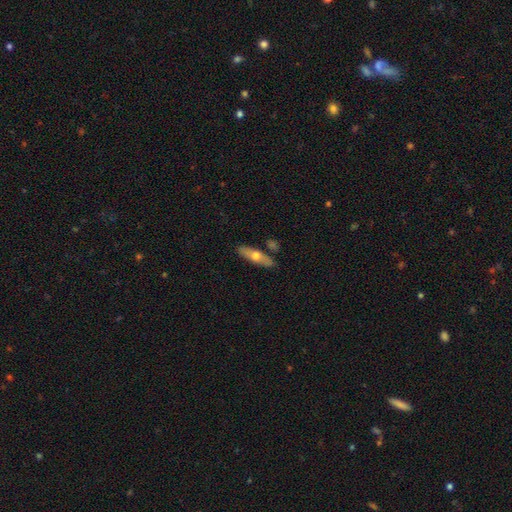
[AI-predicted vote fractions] Q: Smooth or featured?
A: smooth (52%); runner-up: featured or disk (42%)
Q: How rounded?
A: cigar-shaped (57%); runner-up: in between (40%)
Q: Merging?
A: none (81%); runner-up: minor disturbance (11%)